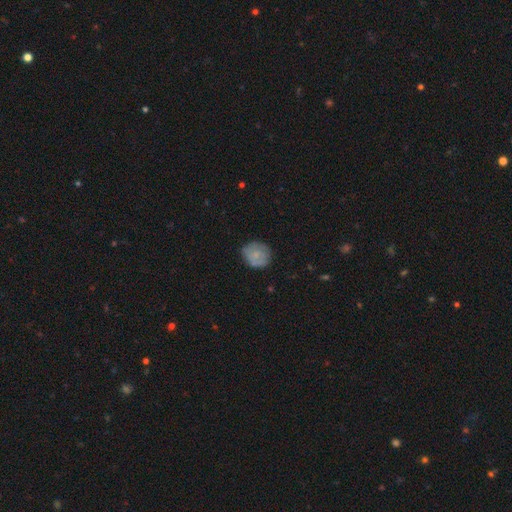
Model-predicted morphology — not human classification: This appears to be a smooth galaxy with no disk features (69%) that is round (83%). Merging: none (70%).